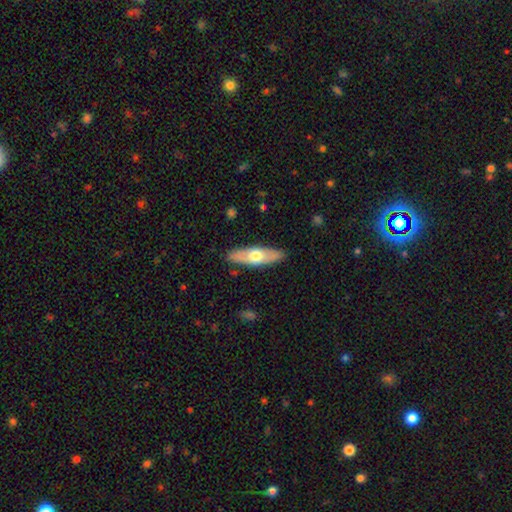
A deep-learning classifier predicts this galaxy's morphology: A smooth galaxy with no disk features (50%) that is cigar-shaped (50%).

Vote fractions:
- Smooth or featured? smooth: 50% / featured or disk: 45% / star or artifact: 5%
- How rounded? cigar-shaped: 50% / in between: 48% / round: 2%
- Merging? none: 87% / minor disturbance: 10% / major disturbance: 2% / merger: 1%